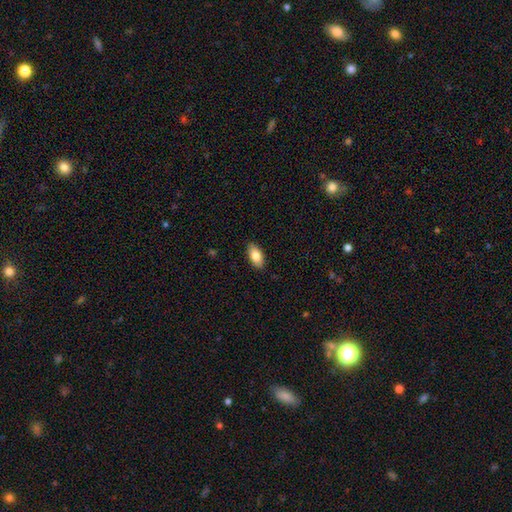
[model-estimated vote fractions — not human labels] This is clearly a smooth galaxy (82%). How rounded: clearly in between (91%). Merging: clearly none (89%).